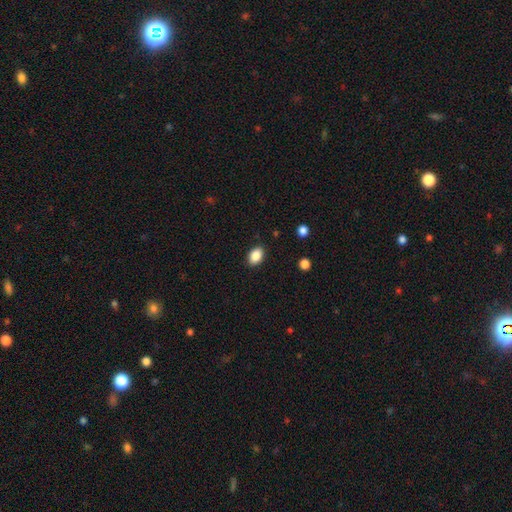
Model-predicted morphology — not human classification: Smooth or featured: smooth — 87% (star or artifact — 8%)
How rounded: in between — 86% (round — 13%)
Merging: none — 88% (minor disturbance — 9%)